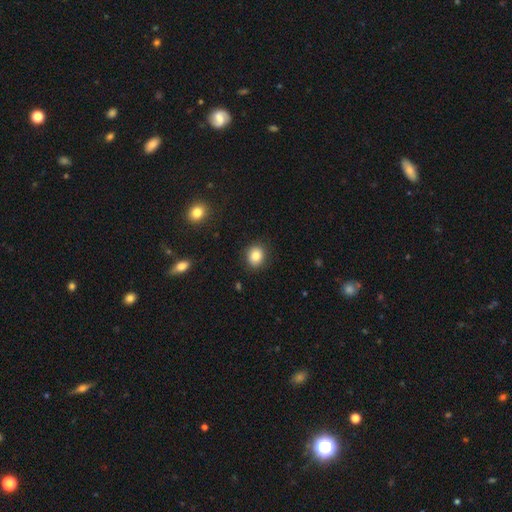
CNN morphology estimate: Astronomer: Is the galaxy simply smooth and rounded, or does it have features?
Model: smooth — 85%.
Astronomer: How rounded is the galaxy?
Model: round — 66%.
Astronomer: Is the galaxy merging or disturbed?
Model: none — 88%.